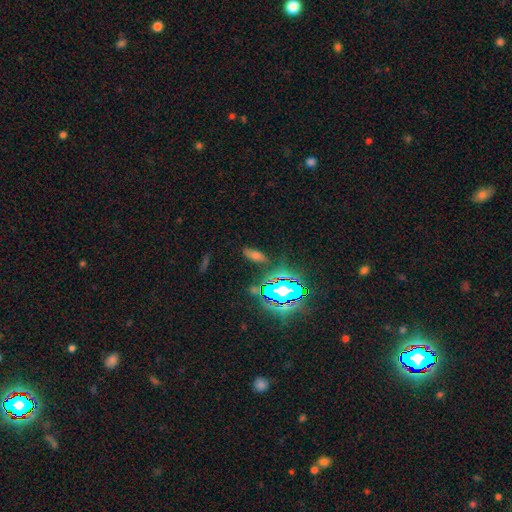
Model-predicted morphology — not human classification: smooth 48%, star or artifact 34%, featured or disk 18%. Down the decision tree: merging — none (75%).